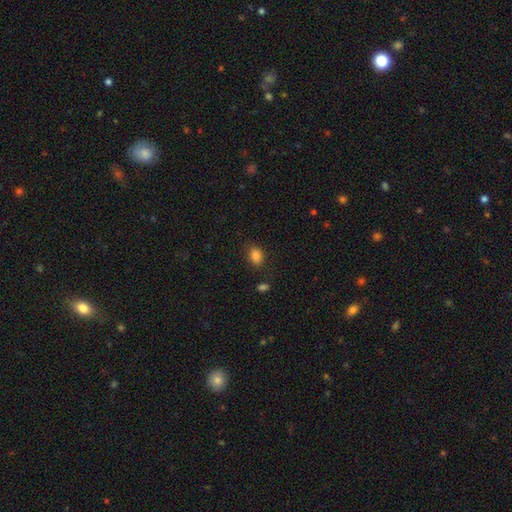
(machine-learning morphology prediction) A smooth galaxy with no disk features (85%) that is in between round and cigar-shaped (67%).

Vote fractions:
- Smooth or featured? smooth: 85% / star or artifact: 11% / featured or disk: 4%
- How rounded? in between: 67% / round: 31% / cigar-shaped: 1%
- Merging? none: 78% / minor disturbance: 14% / major disturbance: 4% / merger: 3%